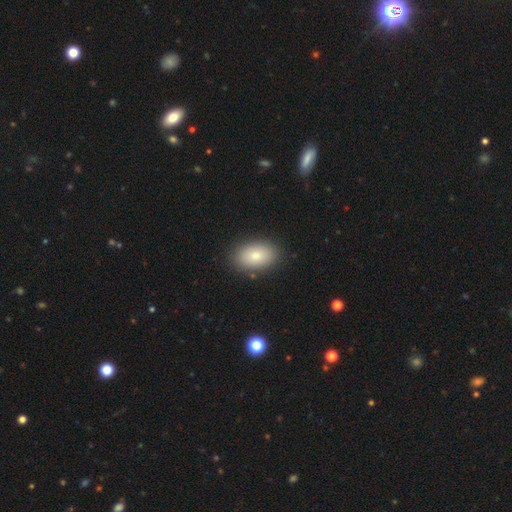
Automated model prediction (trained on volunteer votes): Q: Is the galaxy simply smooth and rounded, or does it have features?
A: smooth — 83%.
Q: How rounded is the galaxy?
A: in between — 89%.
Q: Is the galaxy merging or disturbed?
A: none — 87%.